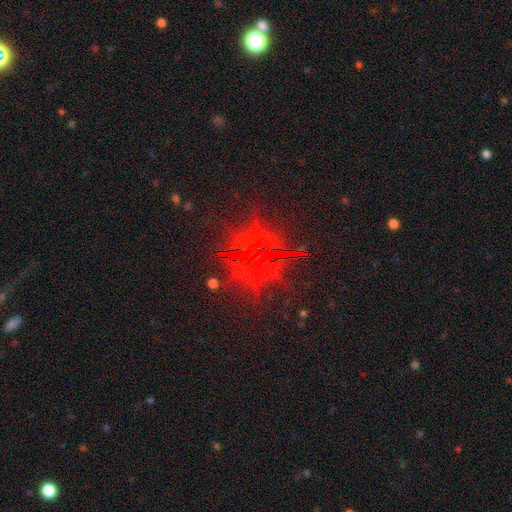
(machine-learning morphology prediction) A star or artifact, not a galaxy (78%).

Vote fractions:
- Smooth or featured? star or artifact: 78% / featured or disk: 11% / smooth: 10%